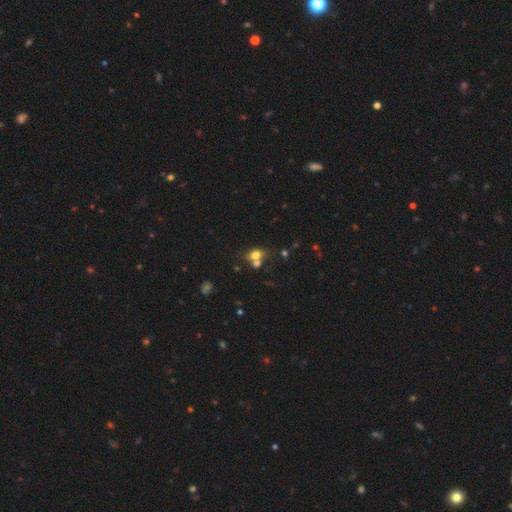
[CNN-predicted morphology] Smooth or featured: smooth — 71% (featured or disk — 15%)
How rounded: in between — 56% (round — 42%)
Merging: merger — 43% (none — 40%)